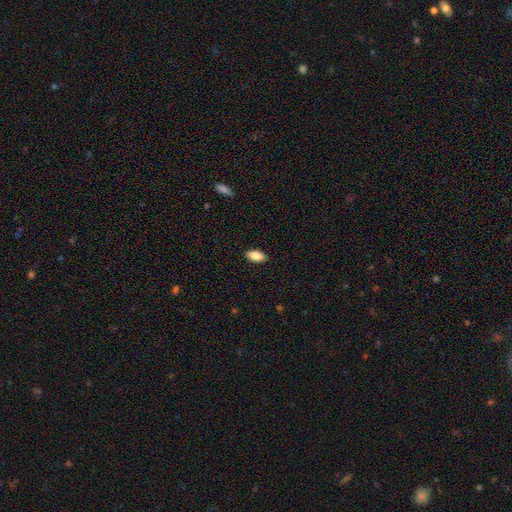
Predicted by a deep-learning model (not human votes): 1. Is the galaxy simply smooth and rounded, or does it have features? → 88% smooth, 7% star or artifact, 5% featured or disk.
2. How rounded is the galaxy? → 92% in between, 5% cigar-shaped, 3% round.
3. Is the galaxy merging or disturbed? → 89% none, 8% minor disturbance, 2% major disturbance, 1% merger.